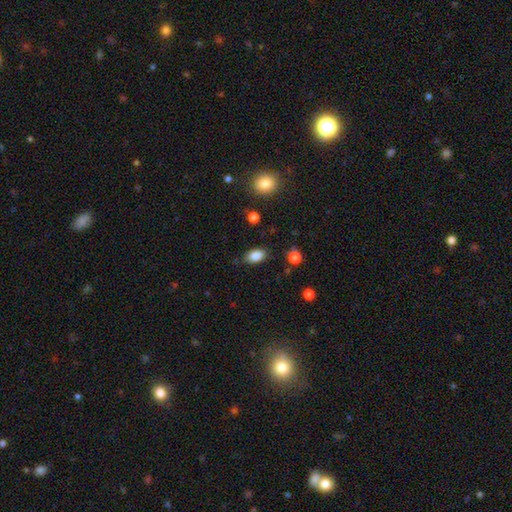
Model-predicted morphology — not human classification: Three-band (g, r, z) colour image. It shows a smooth galaxy with no disk features (86%) that is in between round and cigar-shaped (88%). Merging: none (83%).